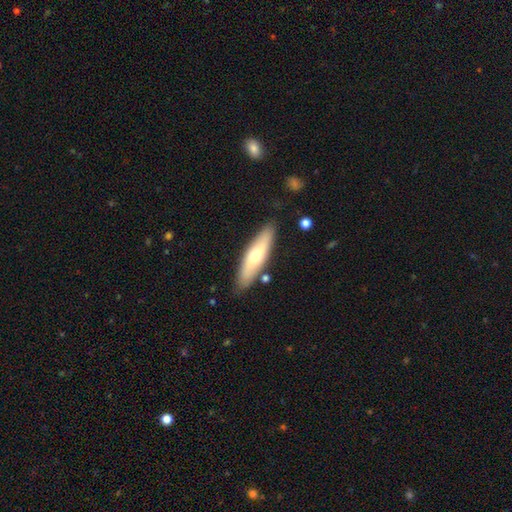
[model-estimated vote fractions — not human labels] A smooth galaxy with no disk features (57%) that is cigar-shaped (64%).

Vote fractions:
- Smooth or featured? smooth: 57% / featured or disk: 38% / star or artifact: 5%
- How rounded? cigar-shaped: 64% / in between: 34% / round: 2%
- Merging? none: 84% / minor disturbance: 11% / merger: 3% / major disturbance: 2%